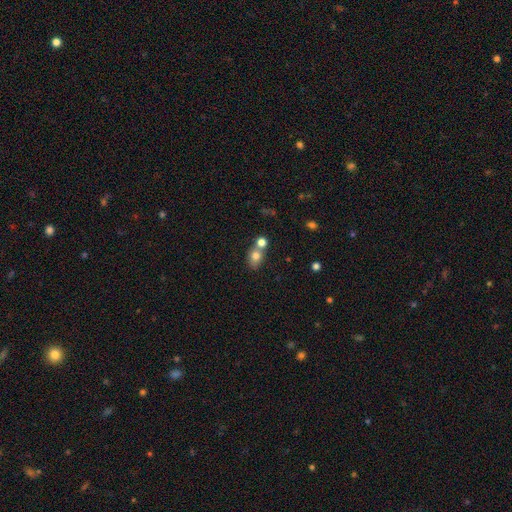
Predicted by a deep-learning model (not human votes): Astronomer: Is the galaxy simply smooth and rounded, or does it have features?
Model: smooth — 76%.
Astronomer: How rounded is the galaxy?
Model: in between — 52% (runner-up: round, 46%).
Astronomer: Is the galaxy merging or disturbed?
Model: merger — 45% (runner-up: none, 42%).